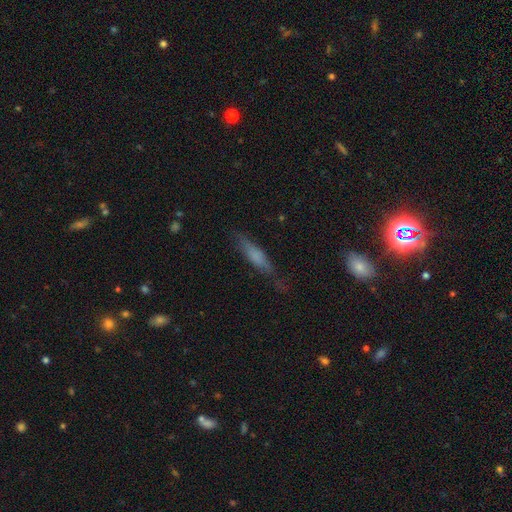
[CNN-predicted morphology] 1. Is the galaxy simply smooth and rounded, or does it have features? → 61% smooth, 31% featured or disk, 8% star or artifact.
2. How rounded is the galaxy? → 79% cigar-shaped, 19% in between, 2% round.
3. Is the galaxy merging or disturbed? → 68% none, 22% minor disturbance, 8% major disturbance, 2% merger.